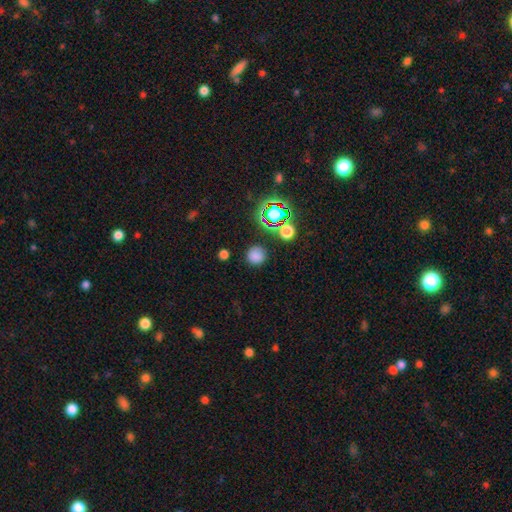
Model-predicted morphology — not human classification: This is likely a smooth galaxy (75%). How rounded: clearly round (92%). Merging: clearly none (85%).